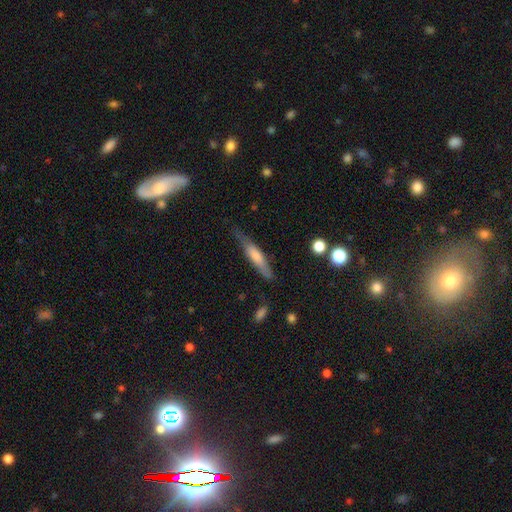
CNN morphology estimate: Smooth or featured?
  - smooth: 51% *
  - featured or disk: 42%
  - star or artifact: 7%
How rounded?
  - cigar-shaped: 86% *
  - in between: 12%
  - round: 2%
Merging?
  - none: 68% *
  - minor disturbance: 23%
  - major disturbance: 6%
  - merger: 2%